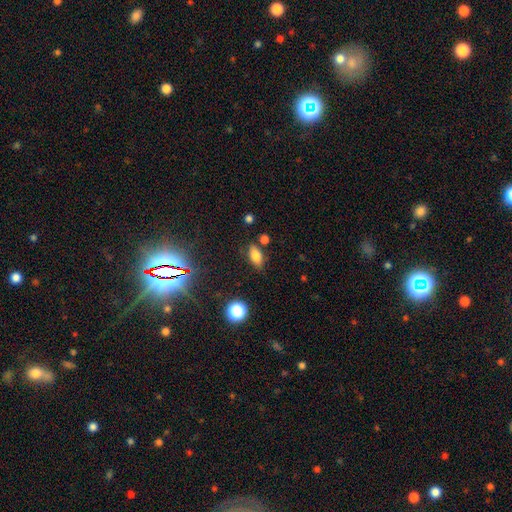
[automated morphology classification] Smooth or featured? smooth (75%)
How rounded? in between (84%)
Merging? none (78%)